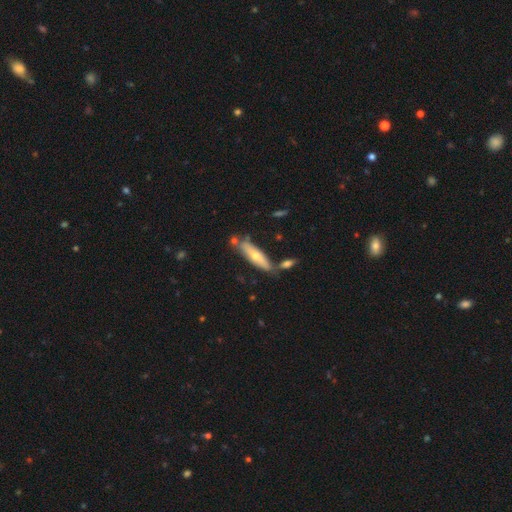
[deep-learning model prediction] The model was most divided on "smooth or featured": smooth: 52%, featured or disk: 42%, star or artifact: 6%. More confident: merging — none (71%); how rounded — cigar-shaped (68%).